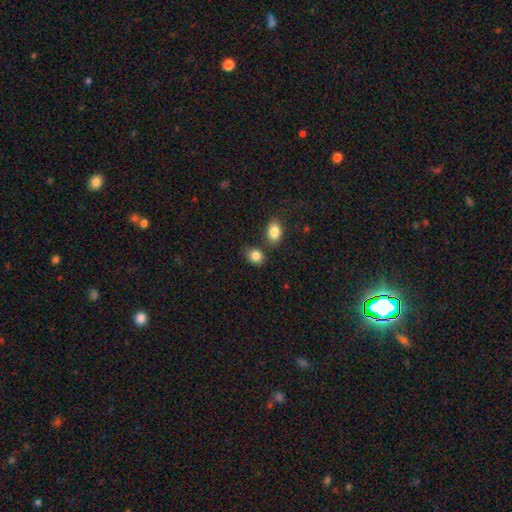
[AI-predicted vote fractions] A smooth galaxy with no disk features (85%) that is in between round and cigar-shaped (58%).

Vote fractions:
- Smooth or featured? smooth: 85% / star or artifact: 9% / featured or disk: 6%
- How rounded? in between: 58% / round: 41% / cigar-shaped: 1%
- Merging? none: 68% / merger: 16% / minor disturbance: 12% / major disturbance: 3%